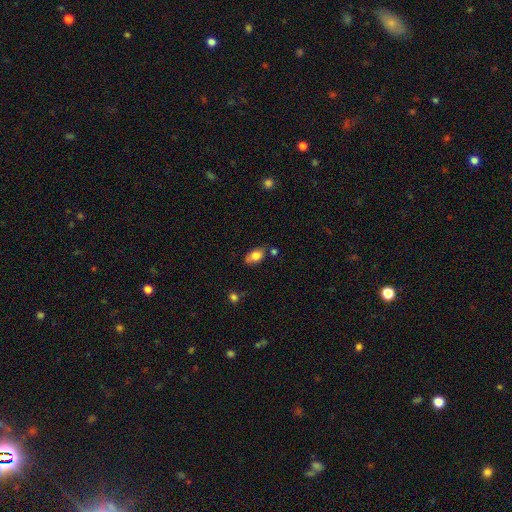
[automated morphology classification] Smooth or featured? smooth (76%)
How rounded? in between (88%)
Merging? none (66%)